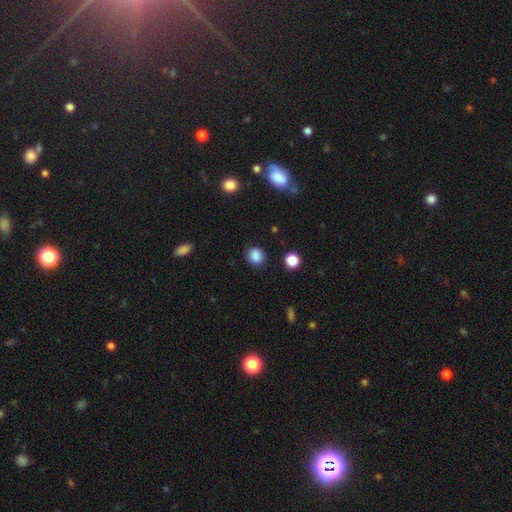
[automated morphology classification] smooth 86%, star or artifact 11%, featured or disk 4%. Down the decision tree: how rounded — round (72%); merging — none (86%).